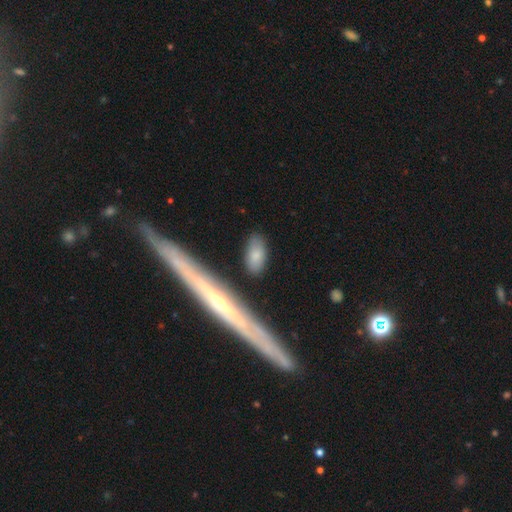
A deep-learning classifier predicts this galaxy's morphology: Q: Smooth or featured?
A: smooth (75%); runner-up: featured or disk (19%)
Q: How rounded?
A: in between (81%); runner-up: cigar-shaped (15%)
Q: Merging?
A: none (80%); runner-up: minor disturbance (13%)